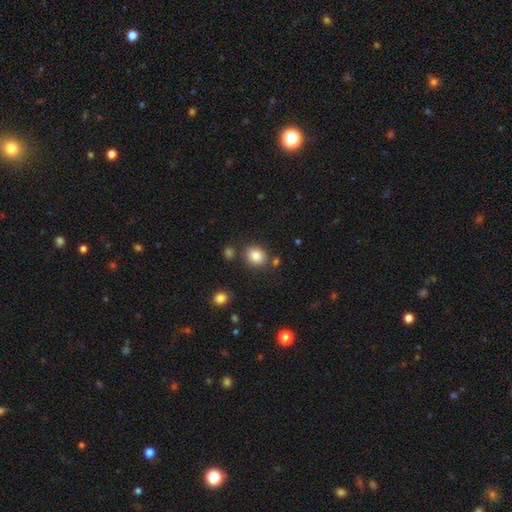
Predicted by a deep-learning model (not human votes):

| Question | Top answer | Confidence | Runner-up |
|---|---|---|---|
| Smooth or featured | smooth | 85% | star or artifact (10%) |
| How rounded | round | 72% | in between (28%) |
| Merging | none | 79% | minor disturbance (10%) |